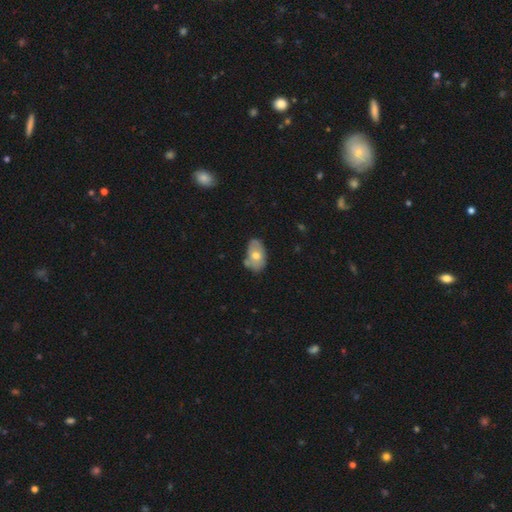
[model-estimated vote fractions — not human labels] The model was most divided on "smooth or featured": smooth: 62%, featured or disk: 31%, star or artifact: 7%. More confident: how rounded — in between (90%); merging — none (62%).